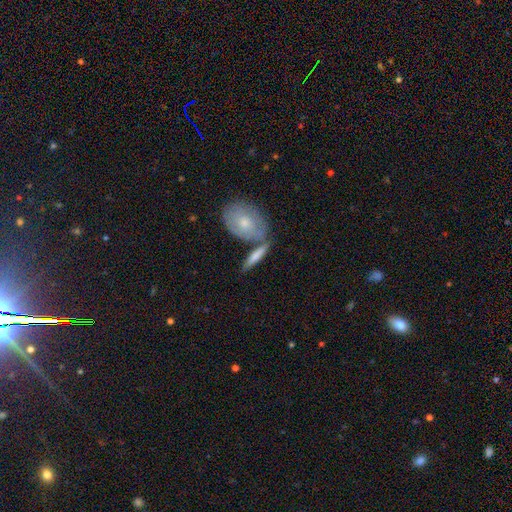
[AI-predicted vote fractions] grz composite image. It shows a smooth galaxy with no disk features (65%) that is cigar-shaped (52%). Merging: none (58%).